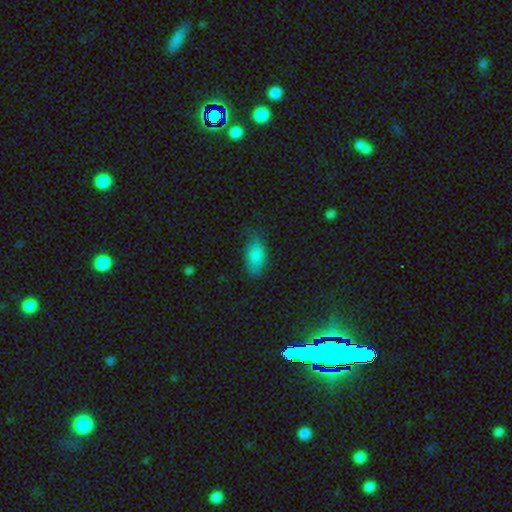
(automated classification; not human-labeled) smooth_or_featured: smooth (p=0.84) [alt: star or artifact p=0.09]
how_rounded: in between (p=0.90) [alt: cigar-shaped p=0.06]
merging: none (p=0.66) [alt: minor disturbance p=0.25]